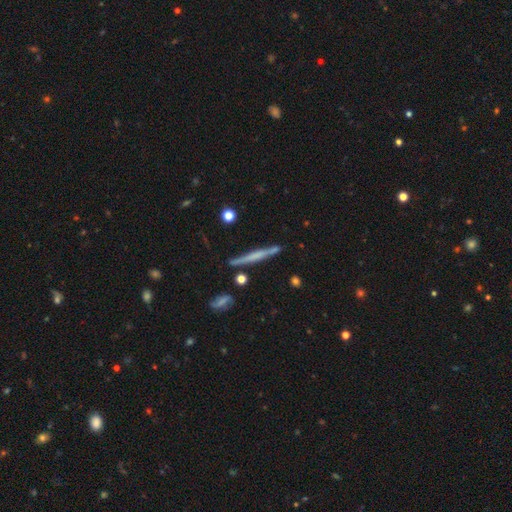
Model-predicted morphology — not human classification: A featured or disk galaxy (54%) viewed edge-on (97%) with no central bulge (63%). Merging: none (86%).